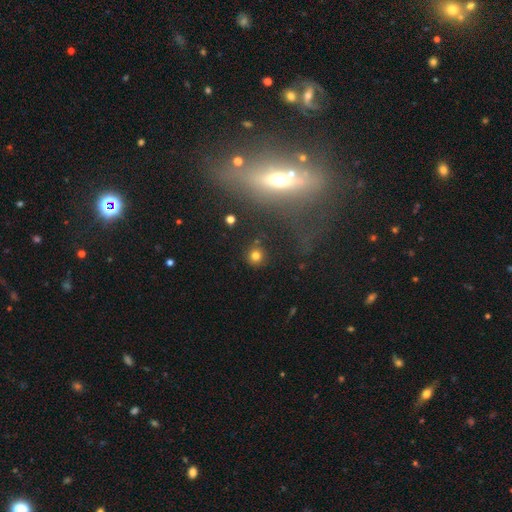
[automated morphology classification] Smooth or featured: smooth — 76% (star or artifact — 17%)
How rounded: round — 93% (in between — 6%)
Merging: none — 87% (minor disturbance — 7%)